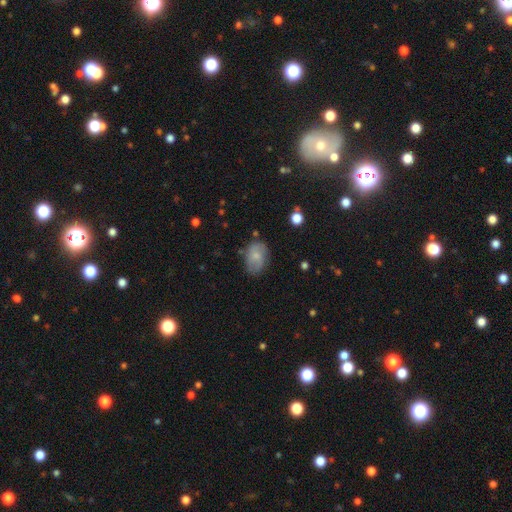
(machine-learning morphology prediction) A smooth galaxy with no disk features (66%) that is in between round and cigar-shaped (78%). Merging: none (66%).